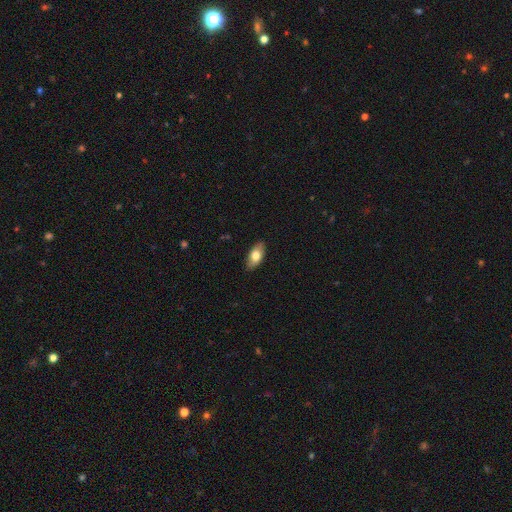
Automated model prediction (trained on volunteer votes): smooth-or-featured: smooth: 75% | featured or disk: 19% | star or artifact: 6%
  how-rounded: in between: 91% | cigar-shaped: 6% | round: 4%
  merging: none: 87% | minor disturbance: 10% | major disturbance: 2% | merger: 1%